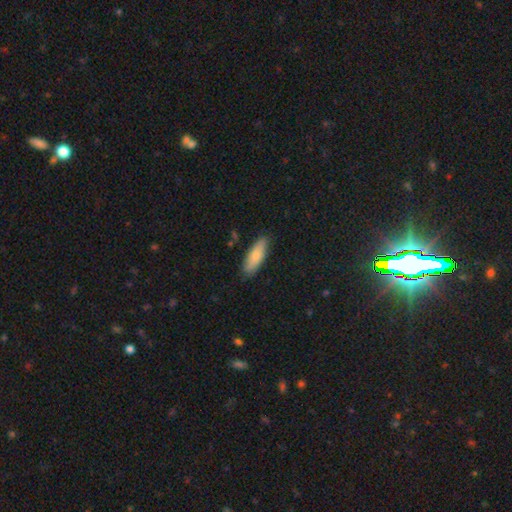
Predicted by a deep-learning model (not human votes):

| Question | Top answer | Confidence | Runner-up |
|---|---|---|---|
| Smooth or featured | smooth | 81% | featured or disk (13%) |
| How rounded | in between | 61% | cigar-shaped (37%) |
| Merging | none | 84% | minor disturbance (13%) |